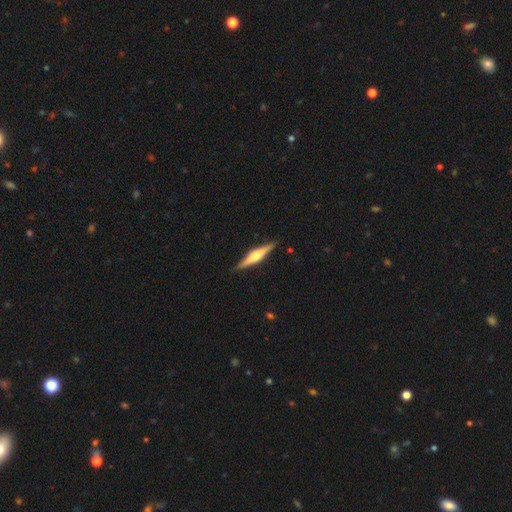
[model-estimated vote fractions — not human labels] This is likely a featured or disk galaxy (73%). It is clearly viewed edge-on (98%). Edge-on bulge: clearly rounded (89%). Merging: clearly none (90%).